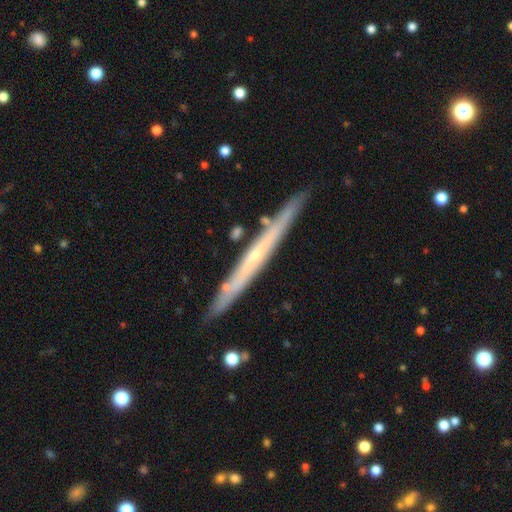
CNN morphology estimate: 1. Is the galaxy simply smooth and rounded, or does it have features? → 71% featured or disk, 24% smooth, 5% star or artifact.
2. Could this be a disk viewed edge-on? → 95% yes, 5% no.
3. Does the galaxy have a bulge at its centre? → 61% none, 35% rounded, 3% boxy.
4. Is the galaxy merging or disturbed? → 87% none, 9% minor disturbance, 2% merger, 1% major disturbance.